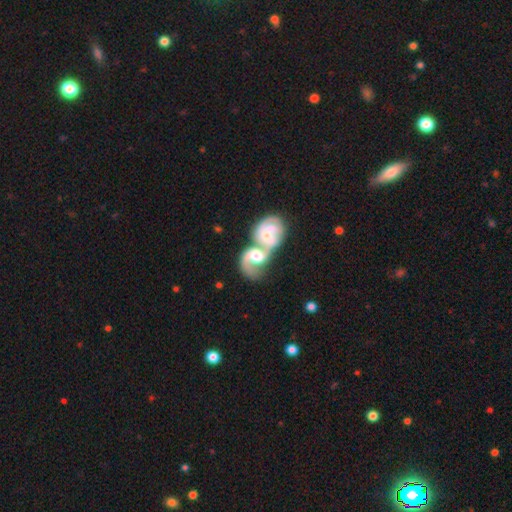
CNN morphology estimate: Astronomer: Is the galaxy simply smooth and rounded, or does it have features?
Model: featured or disk — 74%.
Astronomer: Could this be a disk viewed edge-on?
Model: no — 97%.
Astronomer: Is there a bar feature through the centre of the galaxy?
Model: no — 51% (runner-up: weak, 37%).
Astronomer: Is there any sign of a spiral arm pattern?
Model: yes — 91%.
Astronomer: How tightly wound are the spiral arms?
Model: medium — 43% (runner-up: loose, 37%).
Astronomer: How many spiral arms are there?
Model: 2 — 69%.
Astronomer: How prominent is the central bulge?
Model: moderate — 54%.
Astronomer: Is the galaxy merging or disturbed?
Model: merger — 80%.